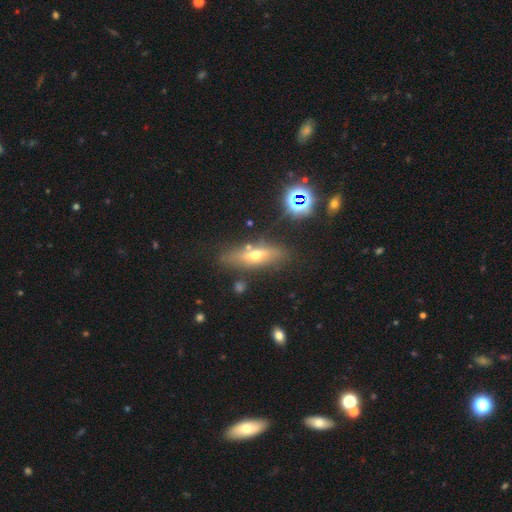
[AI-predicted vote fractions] This appears to be a featured or disk galaxy (46%). Merging: none (77%).